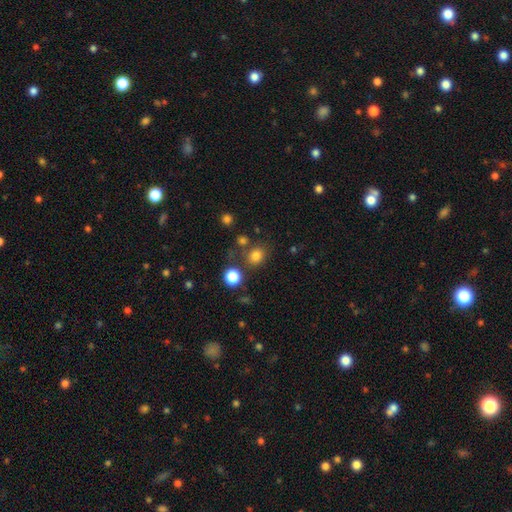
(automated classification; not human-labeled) This is likely a smooth galaxy (79%). How rounded: likely round (71%). Merging: likely none (73%).